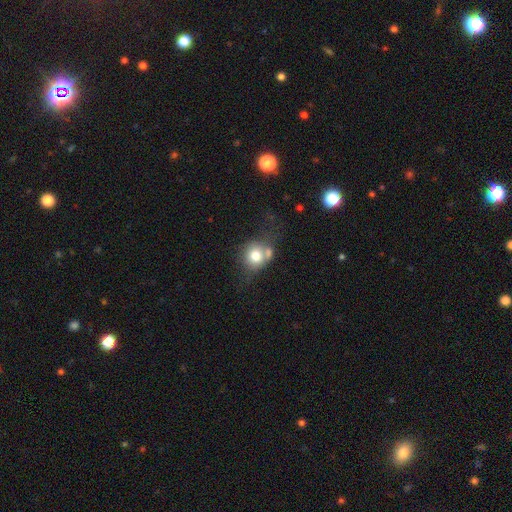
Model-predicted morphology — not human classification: Smooth or featured: smooth — 72% (featured or disk — 17%)
How rounded: round — 78% (in between — 21%)
Merging: none — 41% (merger — 35%)